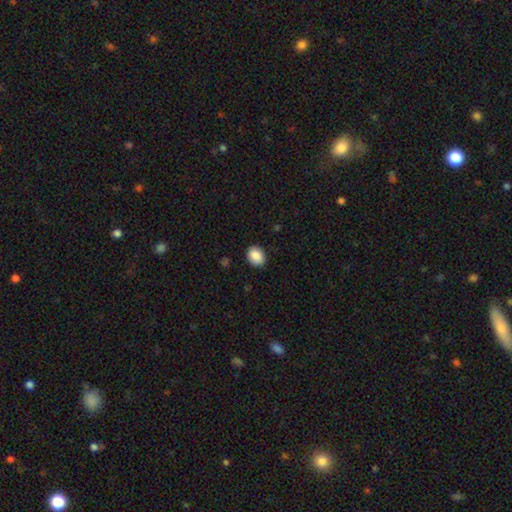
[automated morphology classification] smooth-or-featured: smooth: 89% | star or artifact: 8% | featured or disk: 4%
  how-rounded: in between: 60% | round: 39% | cigar-shaped: 1%
  merging: none: 88% | minor disturbance: 9% | major disturbance: 2% | merger: 1%